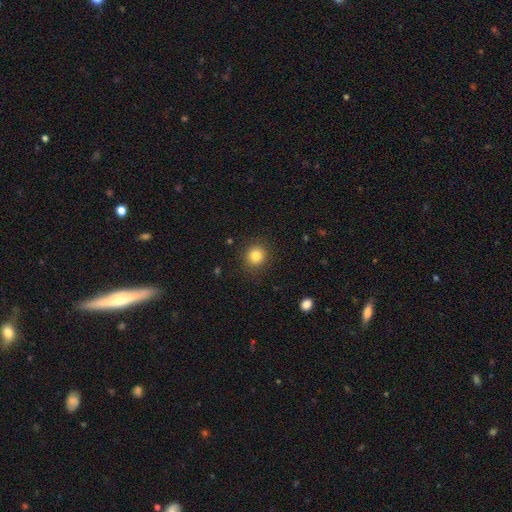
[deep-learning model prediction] smooth-or-featured: smooth: 83% | star or artifact: 11% | featured or disk: 6%
  how-rounded: round: 87% | in between: 12% | cigar-shaped: 1%
  merging: none: 88% | minor disturbance: 8% | major disturbance: 3% | merger: 1%